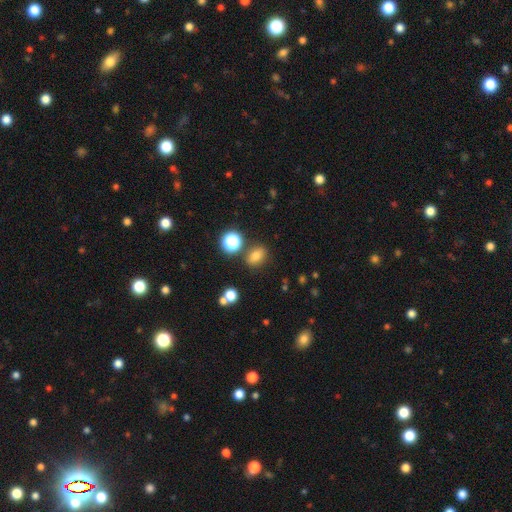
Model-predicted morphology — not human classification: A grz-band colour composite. It shows a smooth galaxy with no disk features (76%) that is in between round and cigar-shaped (64%). Merging: none (80%).